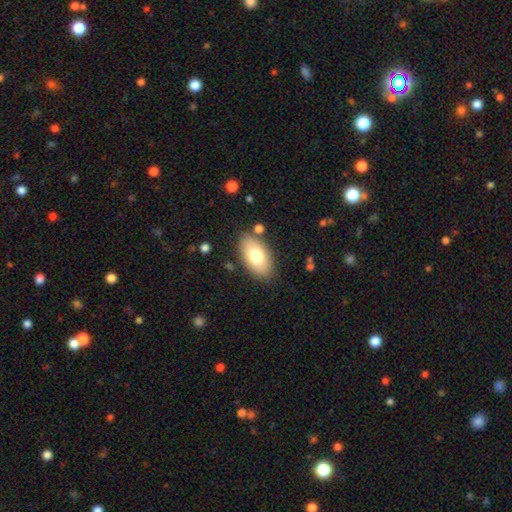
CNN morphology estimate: Smooth or featured? smooth (75%)
How rounded? in between (94%)
Merging? none (82%)